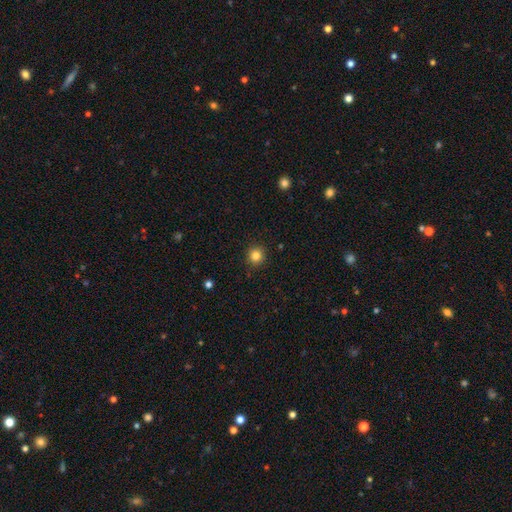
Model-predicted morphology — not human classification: Smooth or featured?
  - smooth: 83% *
  - star or artifact: 12%
  - featured or disk: 5%
How rounded?
  - round: 93% *
  - in between: 6%
  - cigar-shaped: 1%
Merging?
  - none: 91% *
  - minor disturbance: 6%
  - major disturbance: 2%
  - merger: 1%